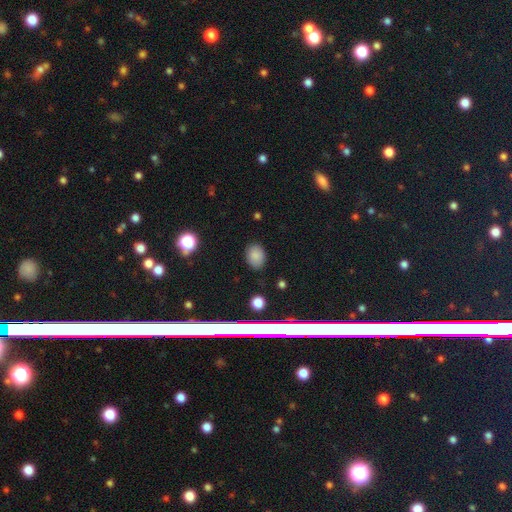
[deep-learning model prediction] smooth-or-featured: smooth: 82% | star or artifact: 12% | featured or disk: 6%
  how-rounded: in between: 75% | round: 24% | cigar-shaped: 1%
  merging: none: 83% | minor disturbance: 12% | major disturbance: 3% | merger: 1%